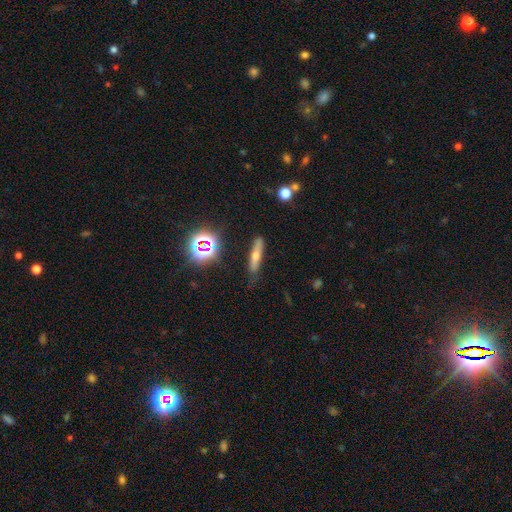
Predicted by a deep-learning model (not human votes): This is possibly a smooth galaxy (53%). How rounded: likely cigar-shaped (80%). Merging: clearly none (81%).